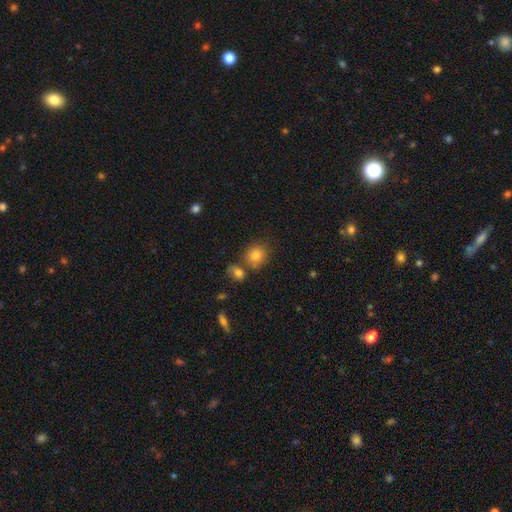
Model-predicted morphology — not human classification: smooth-or-featured: smooth: 81% | star or artifact: 11% | featured or disk: 8%
  how-rounded: round: 76% | in between: 23% | cigar-shaped: 1%
  merging: none: 66% | merger: 18% | minor disturbance: 12% | major disturbance: 4%